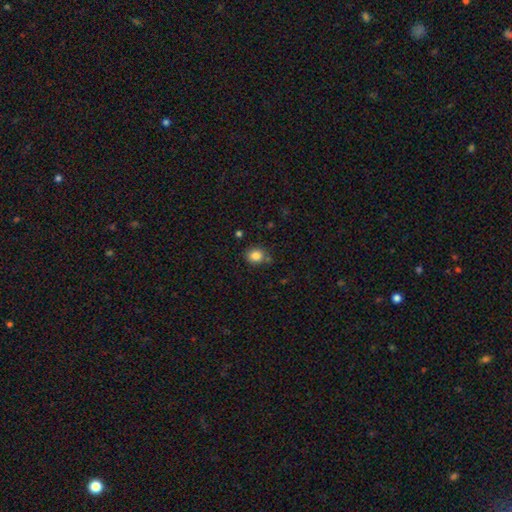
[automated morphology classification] Overall: smooth (85%). How rounded: round (65%; in between 34%). Merging: none (76%).